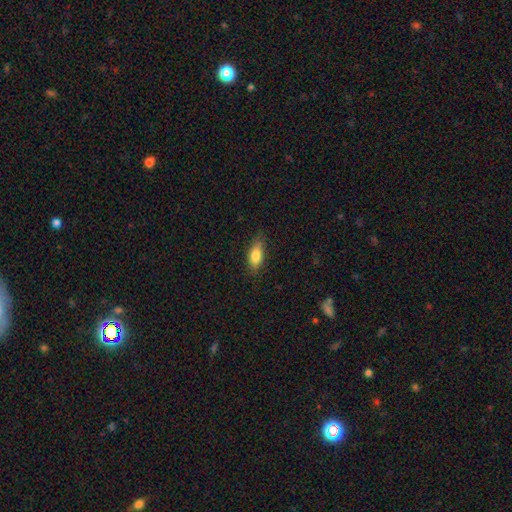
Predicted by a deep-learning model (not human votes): smooth-or-featured: smooth: 82% | featured or disk: 11% | star or artifact: 7%
  how-rounded: in between: 80% | cigar-shaped: 16% | round: 4%
  merging: none: 79% | minor disturbance: 17% | major disturbance: 4% | merger: 1%